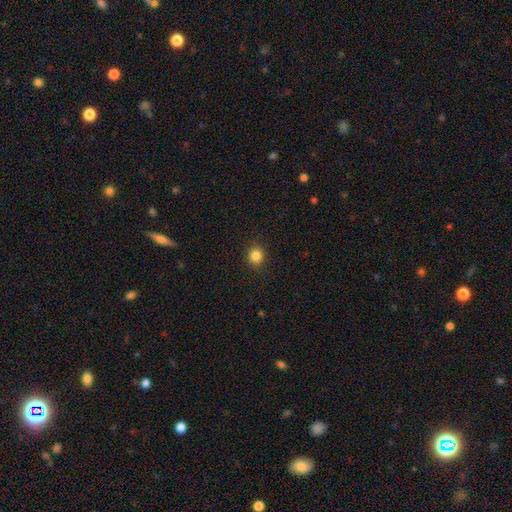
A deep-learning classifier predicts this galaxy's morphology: Smooth or featured? smooth (84%)
How rounded? round (82%)
Merging? none (91%)